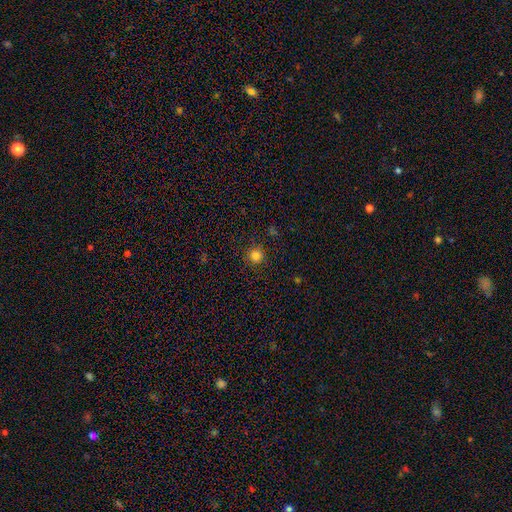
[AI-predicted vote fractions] This appears to be a smooth galaxy with no disk features (82%) that is round (94%). Merging: none (89%).